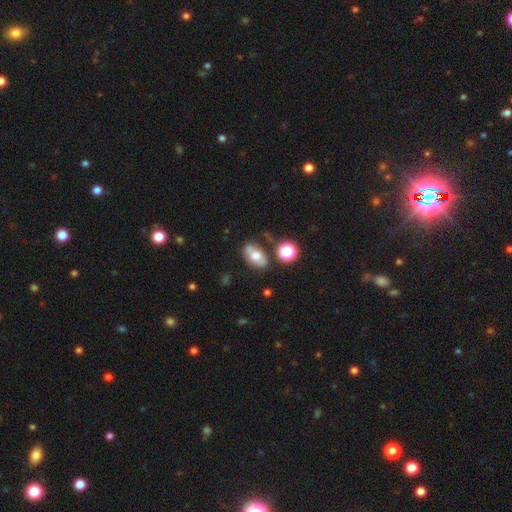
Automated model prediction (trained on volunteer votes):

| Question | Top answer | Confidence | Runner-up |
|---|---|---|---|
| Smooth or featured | smooth | 57% | featured or disk (32%) |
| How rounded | in between | 85% | round (13%) |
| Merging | none | 69% | minor disturbance (17%) |